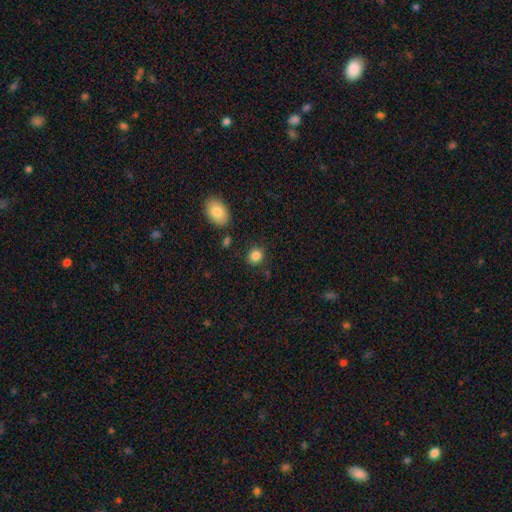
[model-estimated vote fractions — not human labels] smooth 86%, star or artifact 10%, featured or disk 4%. Down the decision tree: how rounded — round (75%); merging — none (84%).